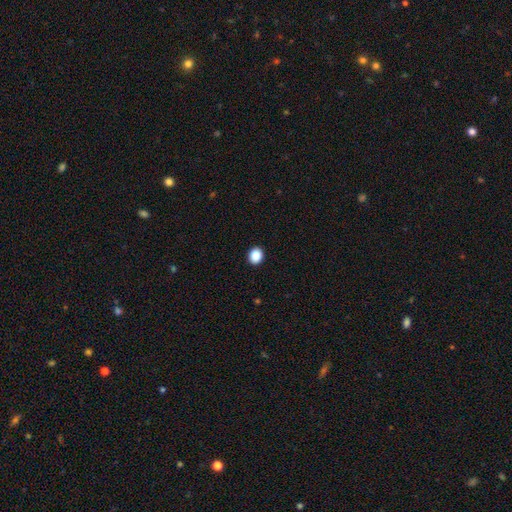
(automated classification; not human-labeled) This appears to be a smooth galaxy with no disk features (88%) that is round (69%). Merging: none (93%).